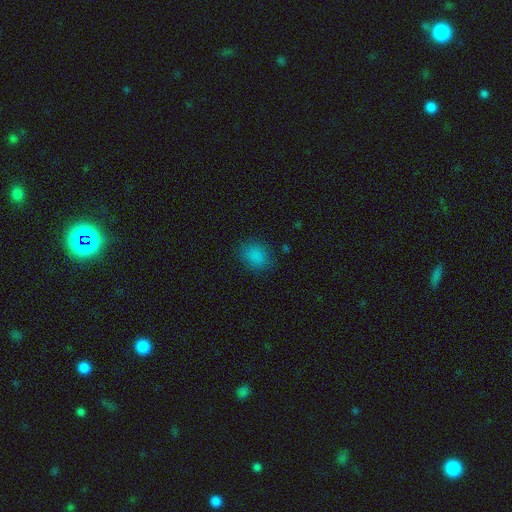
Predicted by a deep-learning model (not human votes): Morphology: type=smooth (84%); roundness=round (52%); merging=none (81%).